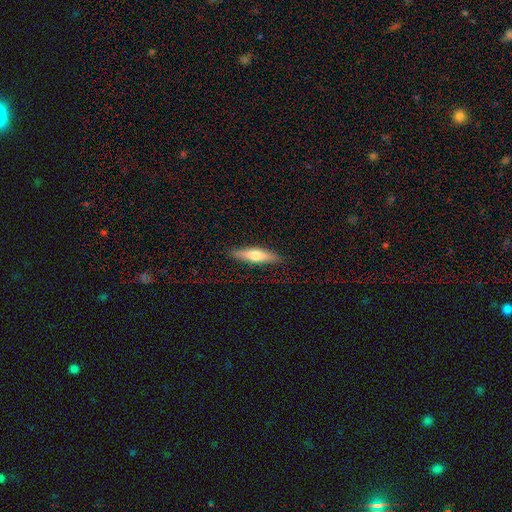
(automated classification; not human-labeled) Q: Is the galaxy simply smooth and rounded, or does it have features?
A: smooth — 60%.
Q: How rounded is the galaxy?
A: cigar-shaped — 77%.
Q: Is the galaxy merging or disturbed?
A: none — 88%.